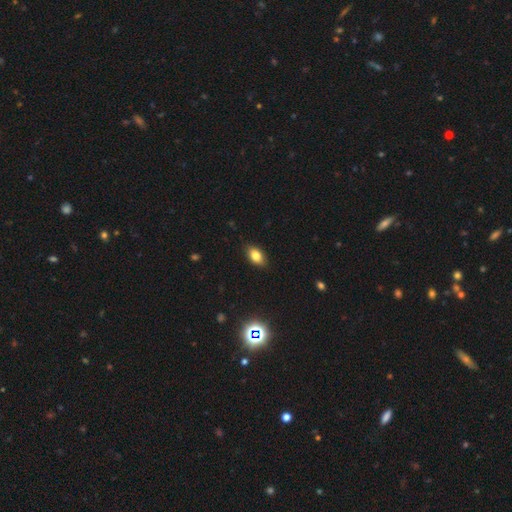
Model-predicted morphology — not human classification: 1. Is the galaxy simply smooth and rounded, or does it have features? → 79% smooth, 11% star or artifact, 10% featured or disk.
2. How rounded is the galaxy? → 88% in between, 9% round, 3% cigar-shaped.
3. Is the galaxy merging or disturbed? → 87% none, 10% minor disturbance, 2% major disturbance, 1% merger.